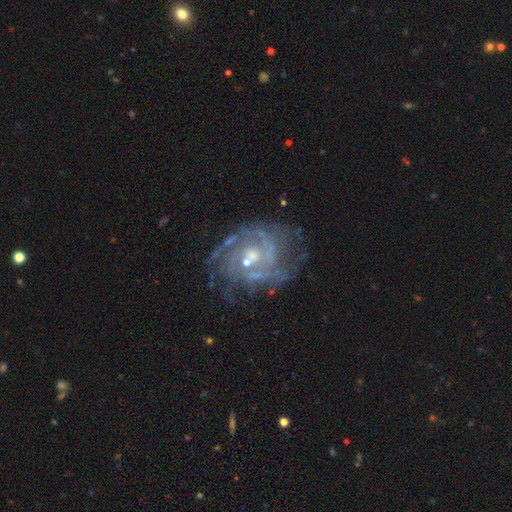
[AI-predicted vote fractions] The model was most divided on "spiral arm count": can't tell: 29%, 2: 25%, 3: 22%, 4: 11%, more than 4: 7%, 1: 7%. More confident: edge-on disk — no (98%); spiral arms — yes (94%); smooth or featured — featured or disk (86%); merging — none (66%); spiral winding — tight (55%); bulge size — small (55%); bar — no (51%).